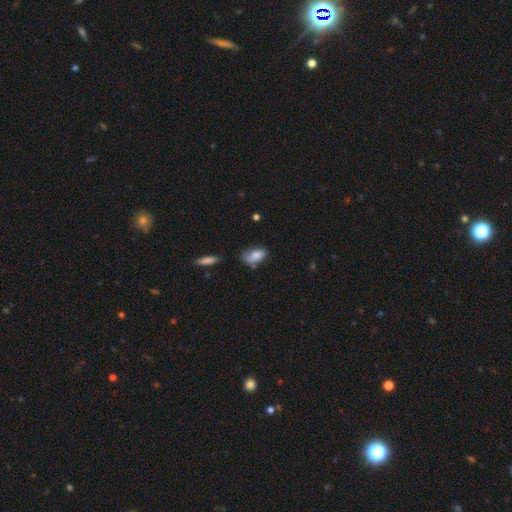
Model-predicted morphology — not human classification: Smooth or featured? smooth (82%)
How rounded? in between (91%)
Merging? none (53%)